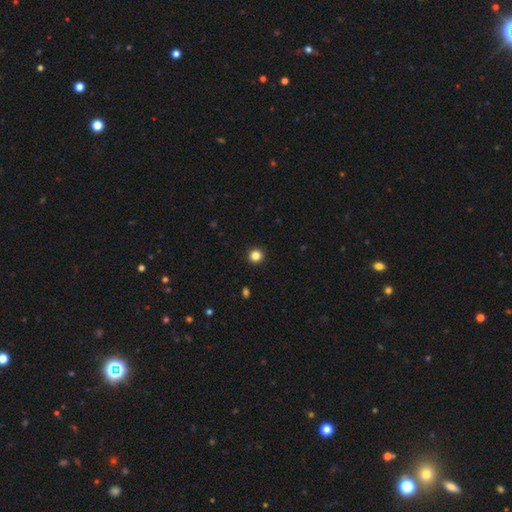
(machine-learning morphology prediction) The model was most divided on "smooth or featured": smooth: 85%, star or artifact: 12%, featured or disk: 4%. More confident: how rounded — round (95%); merging — none (94%).